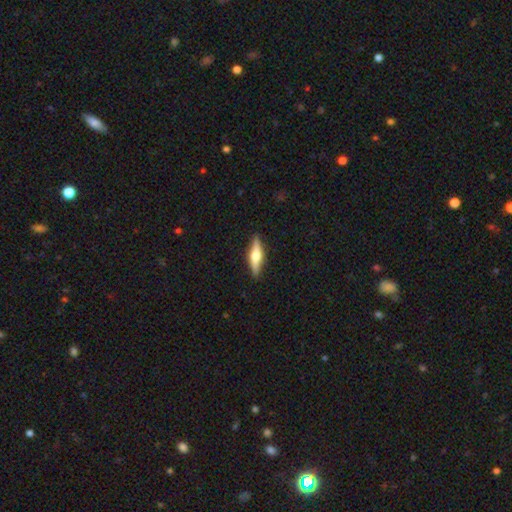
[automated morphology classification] This is possibly a featured or disk galaxy (57%). It is clearly viewed edge-on (95%). Edge-on bulge: clearly rounded (91%). Merging: clearly none (89%).